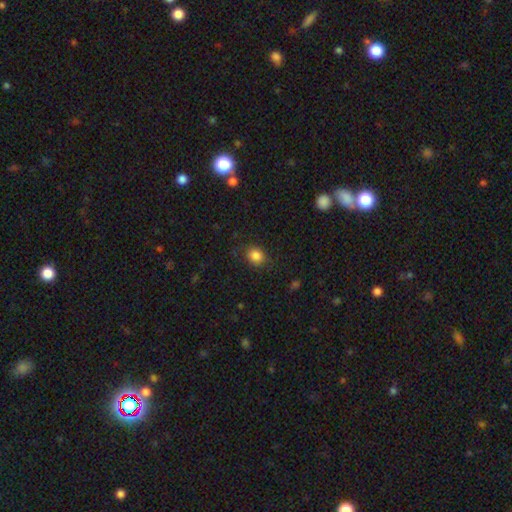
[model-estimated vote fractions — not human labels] smooth 85%, star or artifact 10%, featured or disk 5%. Down the decision tree: how rounded — round (62%); merging — none (82%).